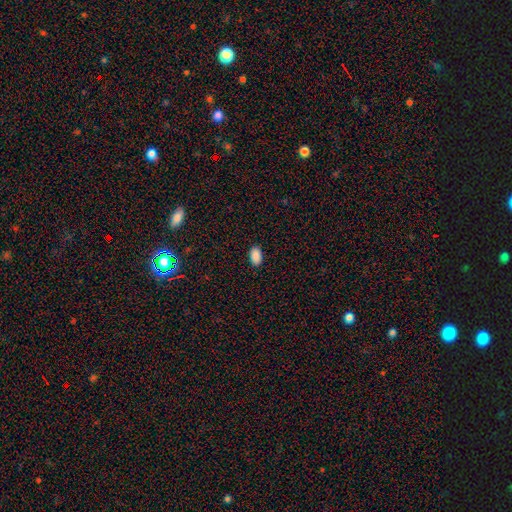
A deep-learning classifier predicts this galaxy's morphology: Smooth or featured? smooth (89%)
How rounded? in between (93%)
Merging? none (89%)